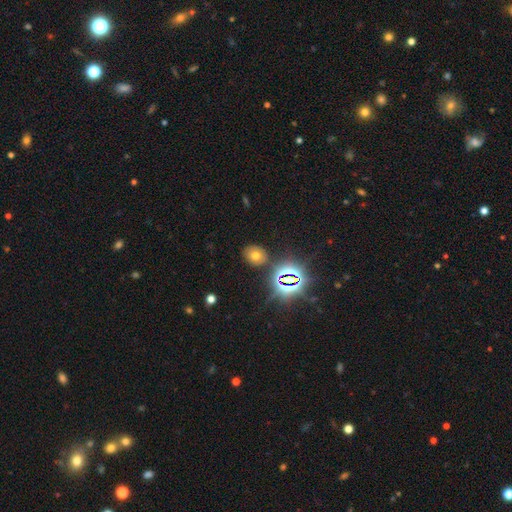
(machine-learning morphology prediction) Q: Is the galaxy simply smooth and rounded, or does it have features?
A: smooth — 59%.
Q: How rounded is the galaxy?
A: in between — 54%.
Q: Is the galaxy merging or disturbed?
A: none — 83%.